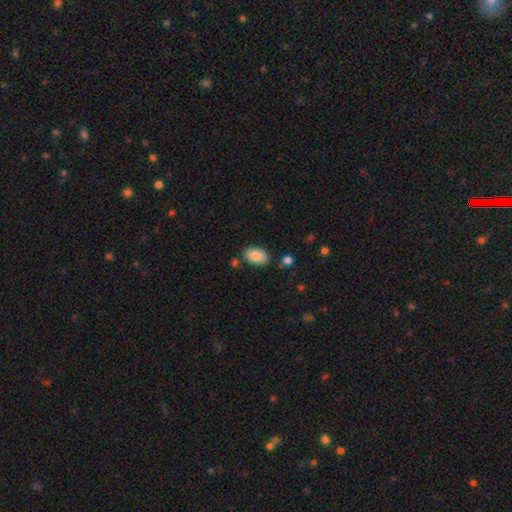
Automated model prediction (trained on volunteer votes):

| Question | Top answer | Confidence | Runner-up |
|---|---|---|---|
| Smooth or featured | smooth | 85% | featured or disk (8%) |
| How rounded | in between | 92% | round (7%) |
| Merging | none | 79% | minor disturbance (13%) |